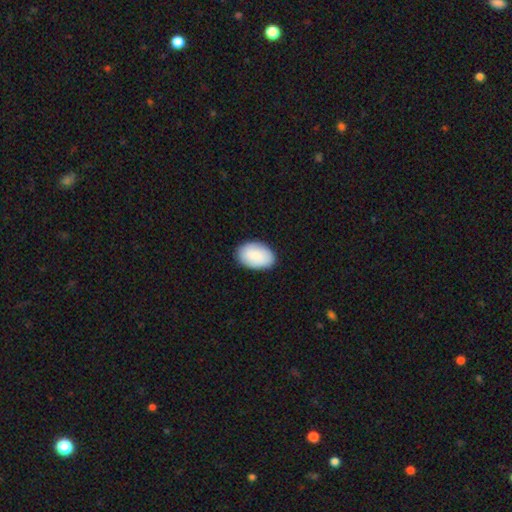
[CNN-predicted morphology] This appears to be a smooth galaxy with no disk features (87%) that is in between round and cigar-shaped (91%). Merging: none (87%).